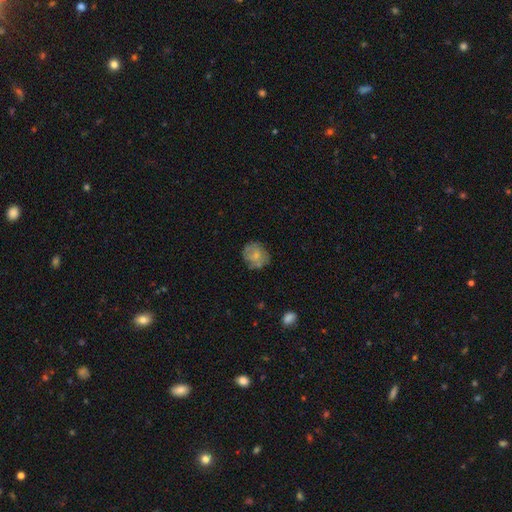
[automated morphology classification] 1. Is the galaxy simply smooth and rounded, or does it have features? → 62% smooth, 31% featured or disk, 8% star or artifact.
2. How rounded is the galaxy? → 76% round, 23% in between, 1% cigar-shaped.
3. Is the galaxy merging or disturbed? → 66% none, 23% minor disturbance, 8% major disturbance, 4% merger.